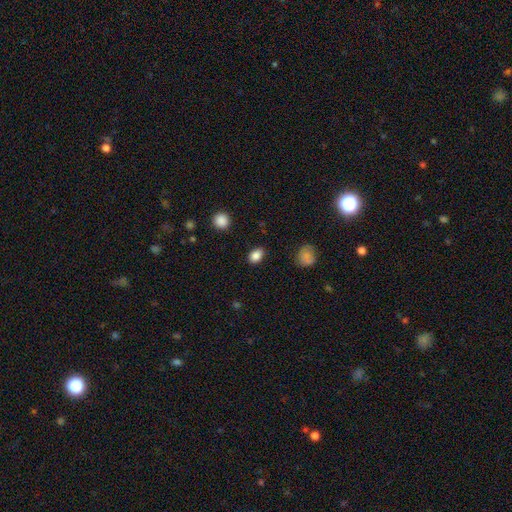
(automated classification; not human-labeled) Overall: smooth (86%). How rounded: in between (77%). Merging: none (87%).